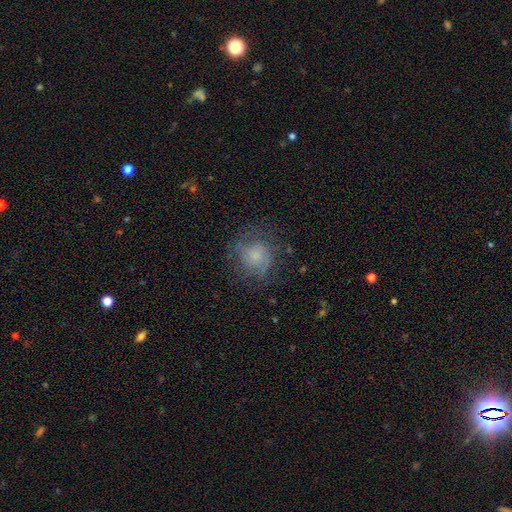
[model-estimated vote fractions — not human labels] Q: Smooth or featured?
A: smooth (51%); runner-up: featured or disk (38%)
Q: How rounded?
A: round (85%); runner-up: in between (14%)
Q: Merging?
A: none (64%); runner-up: minor disturbance (20%)